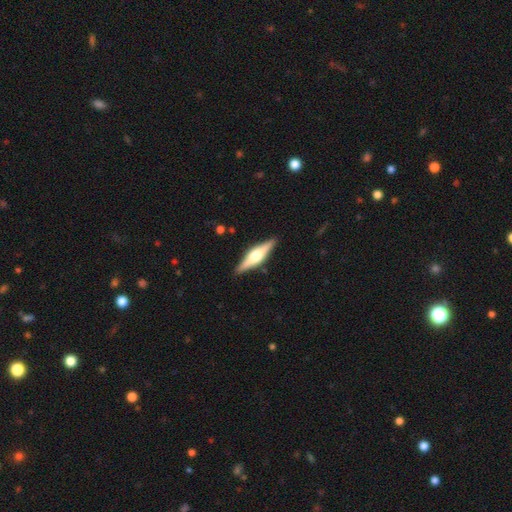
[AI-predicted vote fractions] Overall: featured or disk (70%). Edge-on disk: yes (97%). Edge-on bulge: rounded (89%). Merging: none (89%).